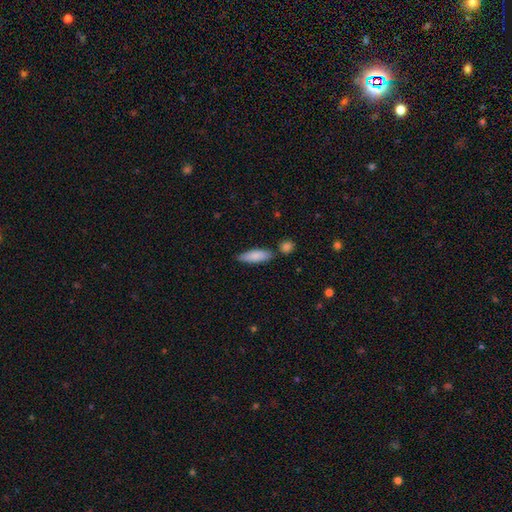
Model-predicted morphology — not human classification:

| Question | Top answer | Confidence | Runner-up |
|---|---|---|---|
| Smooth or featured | smooth | 84% | featured or disk (10%) |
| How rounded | in between | 55% | cigar-shaped (43%) |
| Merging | none | 72% | minor disturbance (16%) |